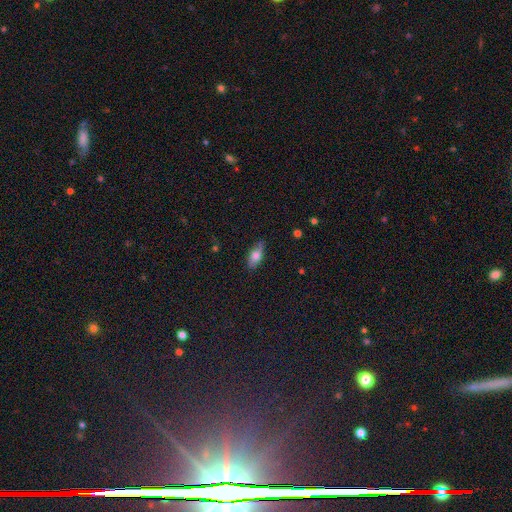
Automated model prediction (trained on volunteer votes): A smooth galaxy with no disk features (62%) that is in between round and cigar-shaped (70%).

Vote fractions:
- Smooth or featured? smooth: 62% / featured or disk: 30% / star or artifact: 8%
- How rounded? in between: 70% / cigar-shaped: 26% / round: 4%
- Merging? none: 80% / minor disturbance: 16% / major disturbance: 3% / merger: 1%